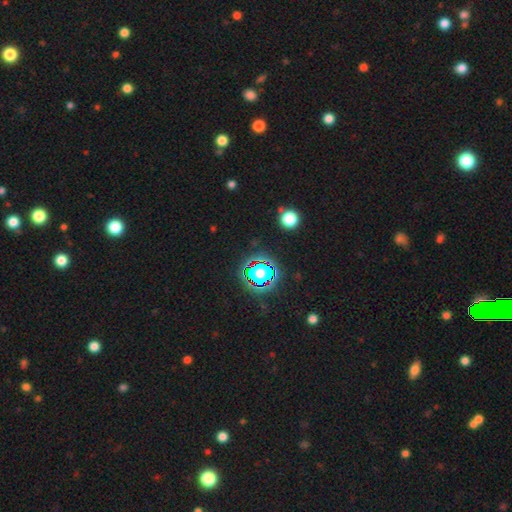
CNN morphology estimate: Smooth or featured?
  - star or artifact: 82% *
  - smooth: 12%
  - featured or disk: 7%